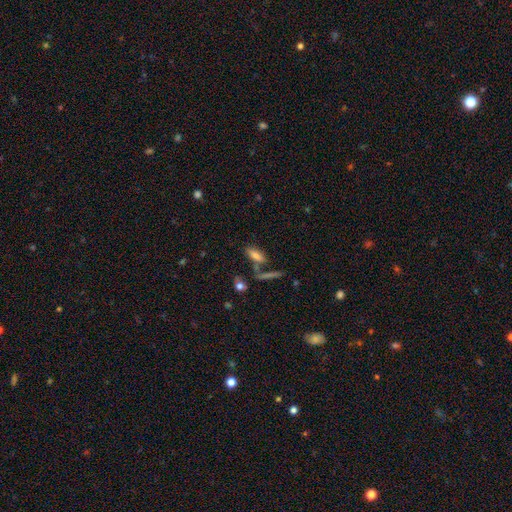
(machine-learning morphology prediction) A smooth galaxy with no disk features (72%) that is in between round and cigar-shaped (60%). Merging: none (56%).